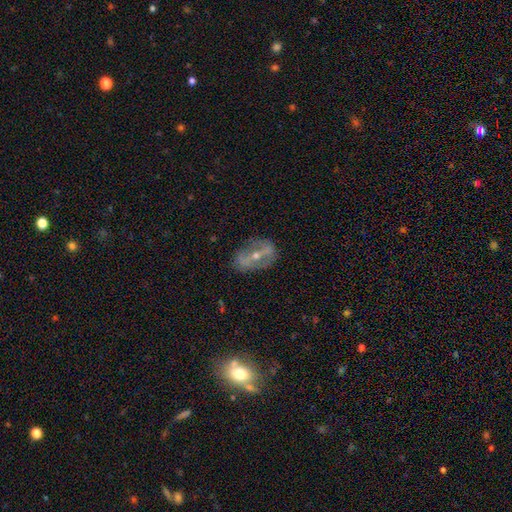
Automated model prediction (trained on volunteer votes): smooth_or_featured: featured or disk (p=0.71) [alt: smooth p=0.18]
disk_edge_on: no (p=0.86) [alt: yes p=0.14]
bar: strong (p=0.56) [alt: weak p=0.25]
has_spiral_arms: no (p=0.56) [alt: yes p=0.44]
bulge_size: small (p=0.49) [alt: moderate p=0.46]
merging: none (p=0.76) [alt: minor disturbance p=0.15]